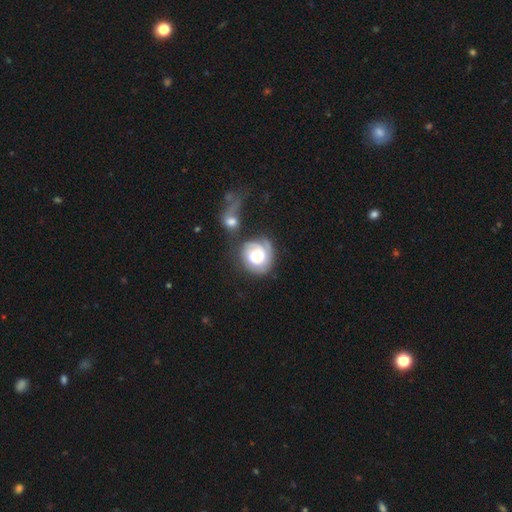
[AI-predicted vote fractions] smooth_or_featured: featured or disk (p=0.54) [alt: smooth p=0.39]
disk_edge_on: no (p=0.97) [alt: yes p=0.03]
bar: no (p=0.72) [alt: weak p=0.22]
has_spiral_arms: yes (p=0.78) [alt: no p=0.22]
bulge_size: large (p=0.54) [alt: moderate p=0.22]
merging: none (p=0.38) [alt: merger p=0.22]